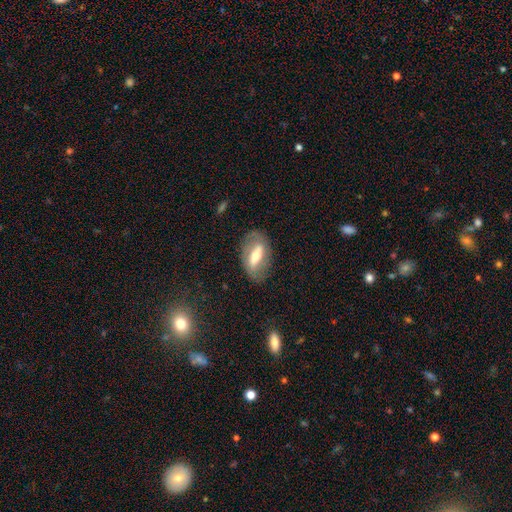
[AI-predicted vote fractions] Morphology: type=featured or disk (56%); edge-on=no (83%); merging=none (77%).